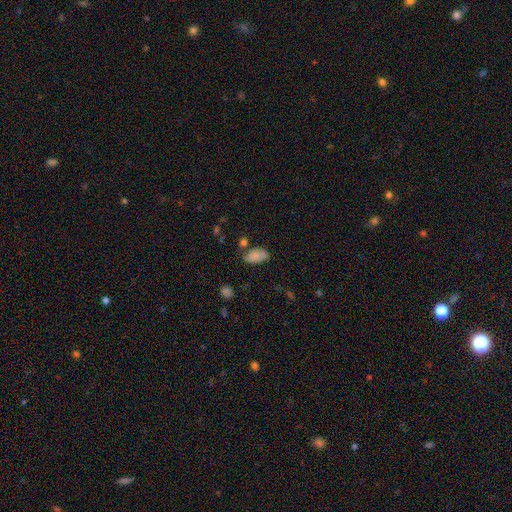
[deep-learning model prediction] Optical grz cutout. It shows a smooth galaxy with no disk features (82%) that is in between round and cigar-shaped (93%). Merging: none (63%).